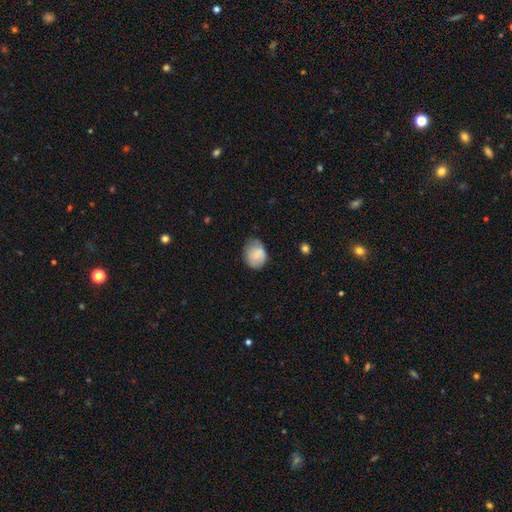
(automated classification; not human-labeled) smooth_or_featured: smooth (p=0.78) [alt: featured or disk p=0.15]
how_rounded: in between (p=0.51) [alt: round p=0.48]
merging: none (p=0.57) [alt: minor disturbance p=0.33]